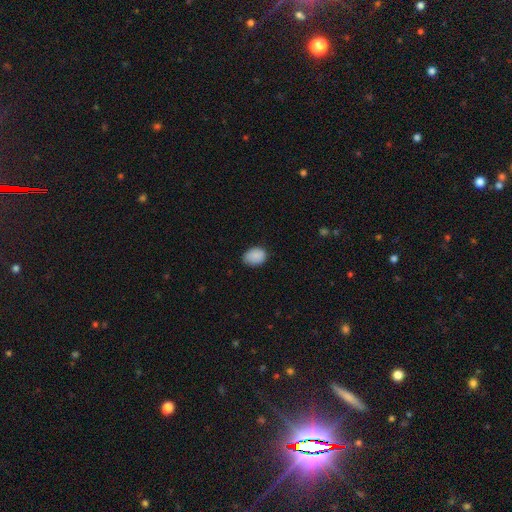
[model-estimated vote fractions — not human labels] Smooth or featured: smooth — 86% (star or artifact — 8%)
How rounded: in between — 70% (round — 29%)
Merging: none — 74% (minor disturbance — 21%)